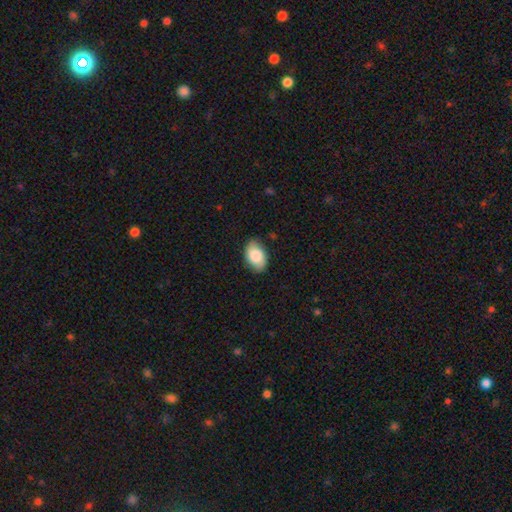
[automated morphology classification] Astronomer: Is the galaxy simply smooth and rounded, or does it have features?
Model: smooth — 80%.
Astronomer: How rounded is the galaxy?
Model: in between — 90%.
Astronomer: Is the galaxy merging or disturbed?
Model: none — 80%.